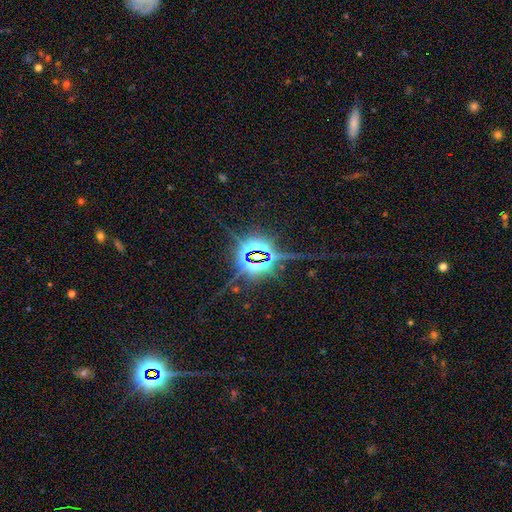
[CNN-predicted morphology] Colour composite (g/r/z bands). It shows a star or artifact, not a galaxy (84%).